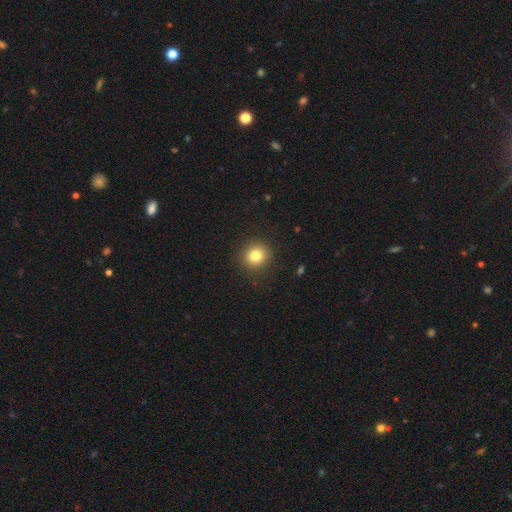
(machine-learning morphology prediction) Smooth or featured? Predicted: smooth (p=0.80). How rounded? Predicted: round (p=0.88). Merging? Predicted: none (p=0.90).